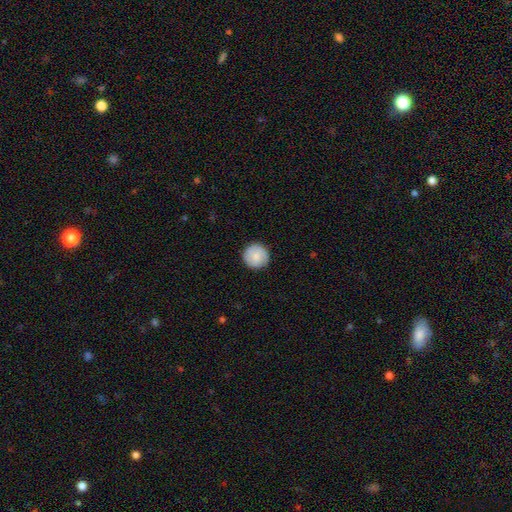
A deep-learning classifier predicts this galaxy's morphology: smooth_or_featured: smooth (p=0.83) [alt: featured or disk p=0.11]
how_rounded: round (p=0.95) [alt: in between p=0.04]
merging: none (p=0.89) [alt: minor disturbance p=0.08]